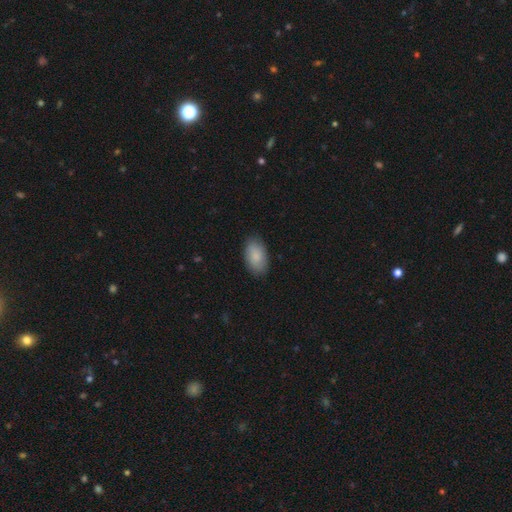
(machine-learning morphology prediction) The model was most divided on "merging": none: 84%, minor disturbance: 12%, major disturbance: 3%, merger: 1%. More confident: how rounded — in between (94%); smooth or featured — smooth (86%).